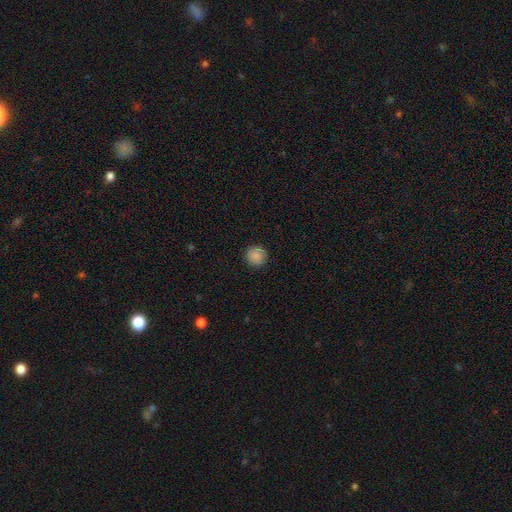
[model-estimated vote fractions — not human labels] A smooth galaxy with no disk features (88%) that is round (94%).

Vote fractions:
- Smooth or featured? smooth: 88% / star or artifact: 8% / featured or disk: 4%
- How rounded? round: 94% / in between: 5% / cigar-shaped: 1%
- Merging? none: 90% / minor disturbance: 7% / major disturbance: 2% / merger: 1%